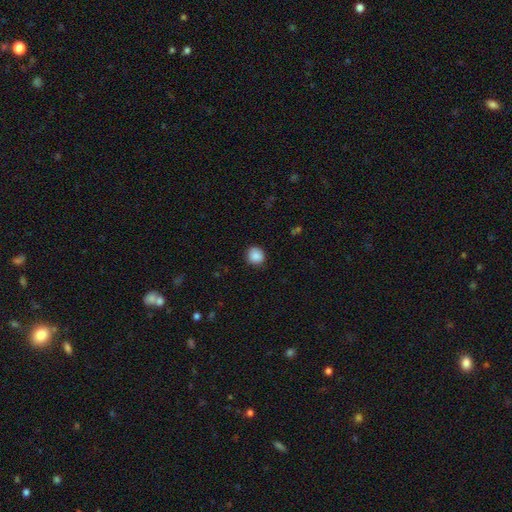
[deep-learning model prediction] Overall: smooth (88%). How rounded: round (83%). Merging: none (88%).